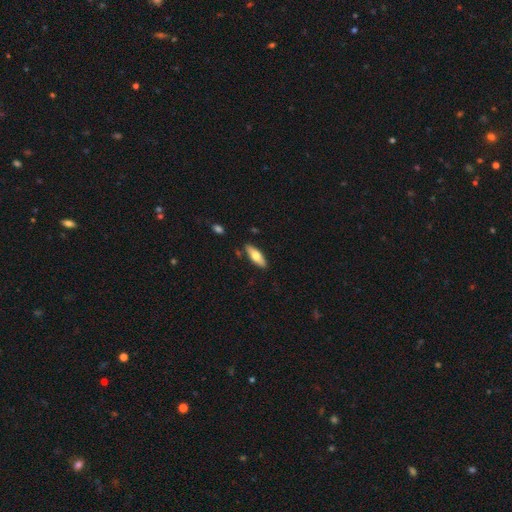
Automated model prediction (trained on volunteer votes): This appears to be a smooth galaxy with no disk features (63%) that is in between round and cigar-shaped (60%). Merging: none (86%).